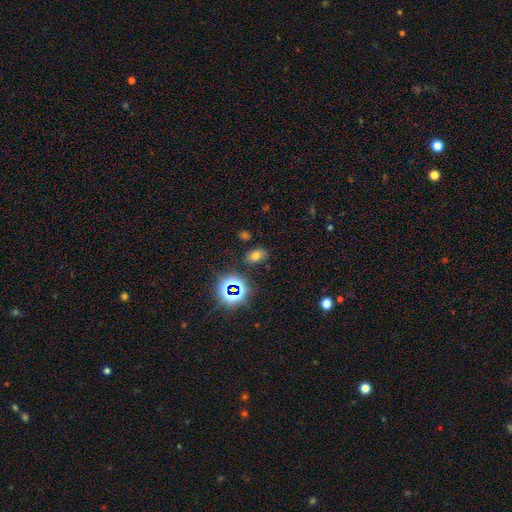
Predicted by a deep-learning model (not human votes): Smooth or featured?
  - smooth: 63% *
  - star or artifact: 28%
  - featured or disk: 9%
How rounded?
  - in between: 78% *
  - round: 20%
  - cigar-shaped: 2%
Merging?
  - none: 81% *
  - minor disturbance: 12%
  - major disturbance: 4%
  - merger: 4%